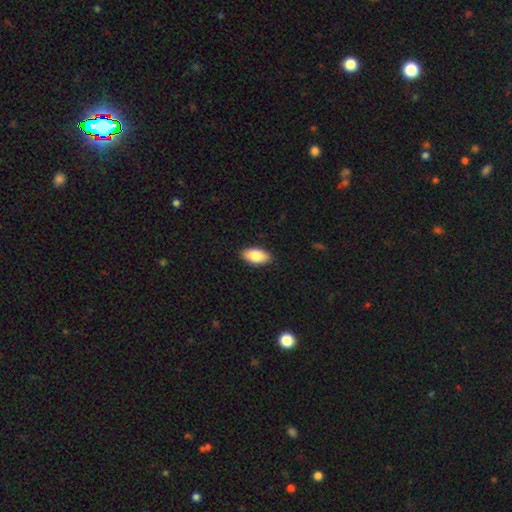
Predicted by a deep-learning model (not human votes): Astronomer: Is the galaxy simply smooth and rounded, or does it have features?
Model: smooth — 84%.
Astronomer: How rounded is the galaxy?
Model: in between — 94%.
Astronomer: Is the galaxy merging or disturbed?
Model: none — 90%.